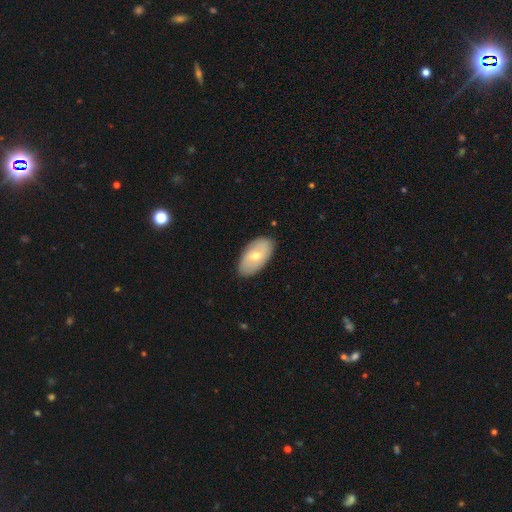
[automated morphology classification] smooth-or-featured: smooth: 60% | featured or disk: 35% | star or artifact: 5%
  how-rounded: in between: 94% | round: 4% | cigar-shaped: 2%
  merging: none: 86% | minor disturbance: 11% | major disturbance: 2% | merger: 1%